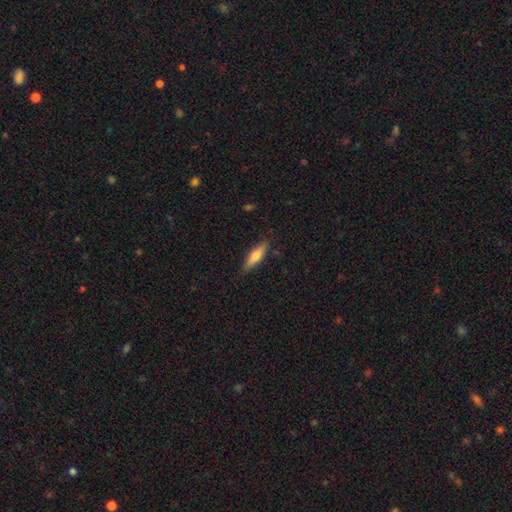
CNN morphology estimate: Q: Smooth or featured?
A: smooth (60%); runner-up: featured or disk (34%)
Q: How rounded?
A: cigar-shaped (68%); runner-up: in between (30%)
Q: Merging?
A: none (86%); runner-up: minor disturbance (11%)